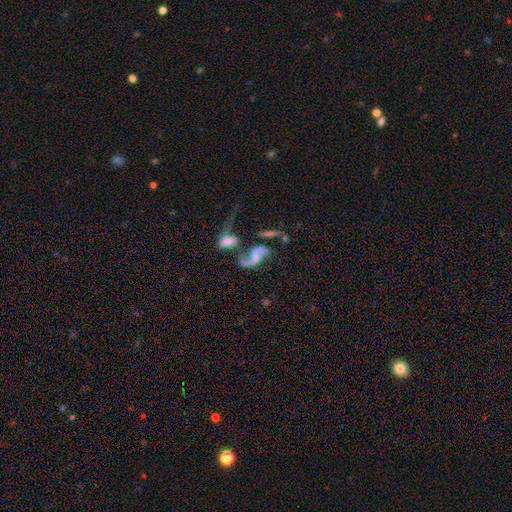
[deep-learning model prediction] A featured or disk galaxy (75%) with no bar (51%), 2 (86%) loose (80%) spiral arms (88%) and no central bulge (44%).

Vote fractions:
- Smooth or featured? featured or disk: 75% / smooth: 15% / star or artifact: 10%
- Edge-on disk? no: 95% / yes: 5%
- Bar? no: 51% / weak: 36% / strong: 13%
- Spiral arms? yes: 88% / no: 12%
- Spiral winding? loose: 80% / medium: 16% / tight: 4%
- Spiral arm count? 2: 86% / 1: 7% / can't tell: 4% / 3: 1% / 4: 1% / more than 4: 1%
- Bulge size? none: 44% / small: 30% / moderate: 19% / large: 4% / dominant: 2%
- Merging? merger: 37% / none: 29% / major disturbance: 20% / minor disturbance: 14%